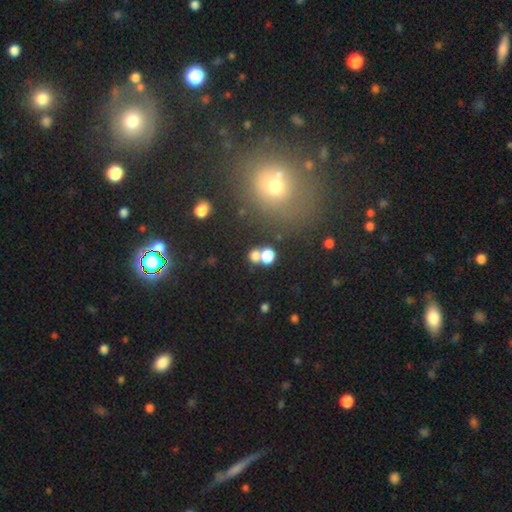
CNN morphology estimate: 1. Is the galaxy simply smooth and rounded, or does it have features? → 72% smooth, 19% star or artifact, 9% featured or disk.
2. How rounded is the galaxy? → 75% round, 24% in between, 1% cigar-shaped.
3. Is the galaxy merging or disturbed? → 49% none, 38% merger, 8% minor disturbance, 5% major disturbance.